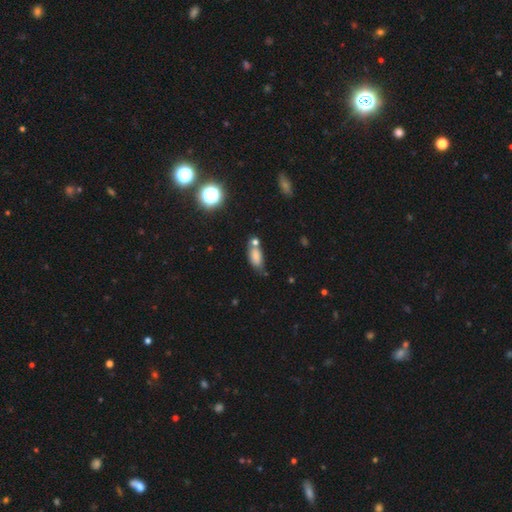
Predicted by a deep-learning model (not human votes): Smooth or featured: smooth — 77% (star or artifact — 12%)
How rounded: in between — 84% (cigar-shaped — 12%)
Merging: none — 48% (minor disturbance — 23%)